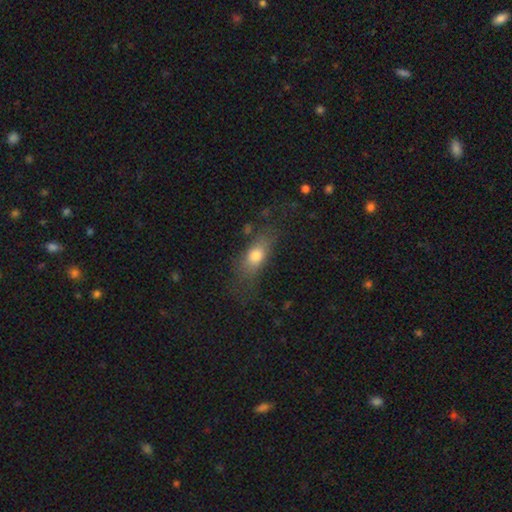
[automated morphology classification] smooth 73%, featured or disk 17%, star or artifact 10%. Down the decision tree: how rounded — in between (74%); merging — none (62%).